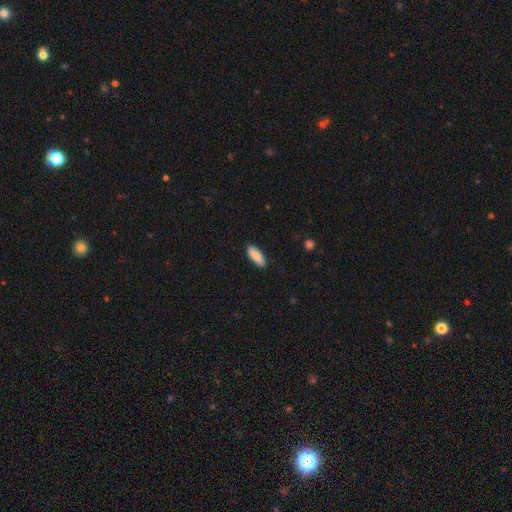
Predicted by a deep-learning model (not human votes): Smooth or featured?
  - smooth: 87% *
  - featured or disk: 7%
  - star or artifact: 6%
How rounded?
  - in between: 68% *
  - cigar-shaped: 31%
  - round: 2%
Merging?
  - none: 88% *
  - minor disturbance: 9%
  - major disturbance: 2%
  - merger: 1%